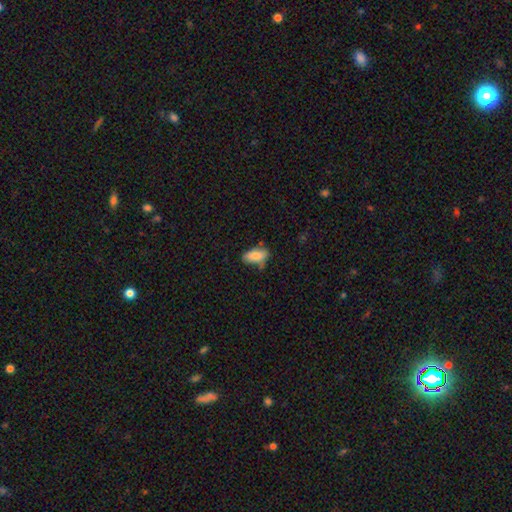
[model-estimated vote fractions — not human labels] smooth-or-featured: smooth: 82% | featured or disk: 11% | star or artifact: 7%
  how-rounded: in between: 91% | cigar-shaped: 6% | round: 3%
  merging: none: 58% | minor disturbance: 28% | merger: 7% | major disturbance: 7%